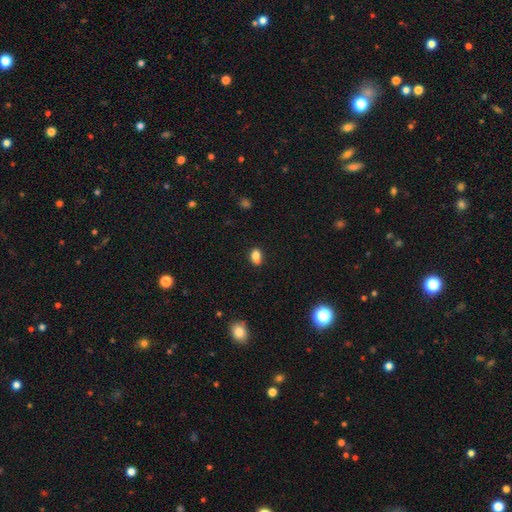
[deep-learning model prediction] This is clearly a smooth galaxy (82%). How rounded: likely in between (74%). Merging: likely none (74%).